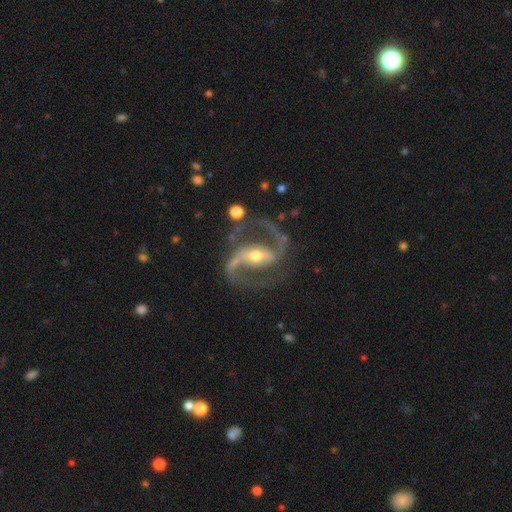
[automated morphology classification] A featured or disk galaxy (91%) with a strong bar (57%), 2 (92%) medium (57%) spiral arms (98%) and a small central bulge (51%). Merging: none (71%).